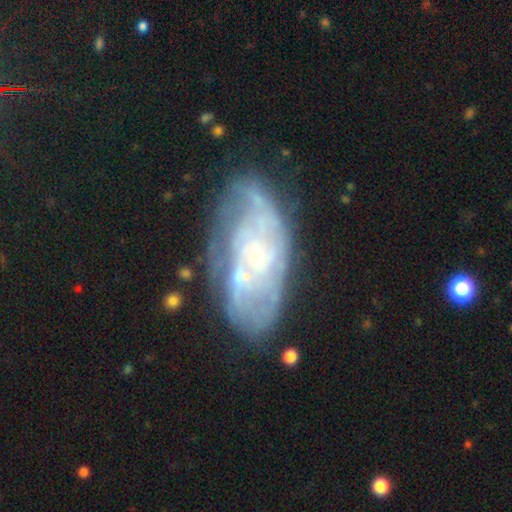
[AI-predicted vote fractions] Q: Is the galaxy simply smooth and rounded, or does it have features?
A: featured or disk — 76%.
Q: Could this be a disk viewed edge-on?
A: no — 93%.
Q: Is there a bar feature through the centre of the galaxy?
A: no — 79%.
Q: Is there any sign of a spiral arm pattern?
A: yes — 72%.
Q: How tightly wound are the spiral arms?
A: tight — 56%.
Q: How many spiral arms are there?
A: can't tell — 55%.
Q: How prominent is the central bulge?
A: small — 80%.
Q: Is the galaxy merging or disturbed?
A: none — 60%.